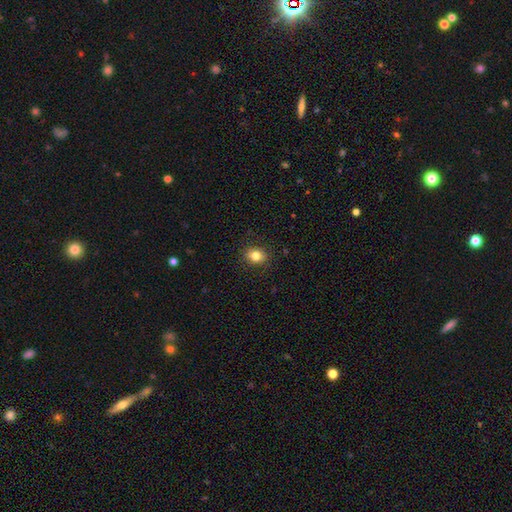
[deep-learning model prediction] Morphology: type=smooth (82%); roundness=round (54%); merging=none (89%).